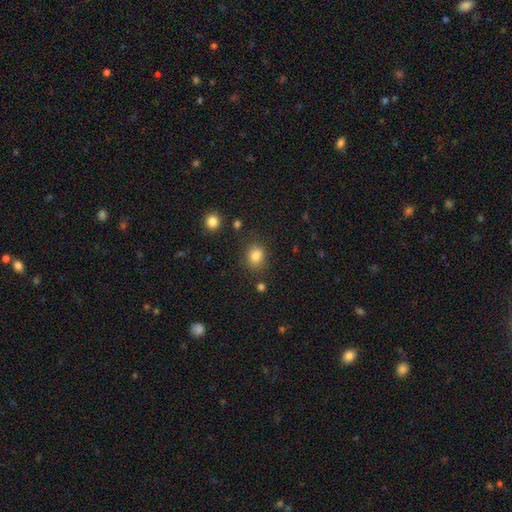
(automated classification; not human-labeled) A smooth galaxy with no disk features (83%) that is round (54%).

Vote fractions:
- Smooth or featured? smooth: 83% / star or artifact: 11% / featured or disk: 5%
- How rounded? round: 54% / in between: 45% / cigar-shaped: 1%
- Merging? none: 77% / minor disturbance: 14% / merger: 5% / major disturbance: 4%